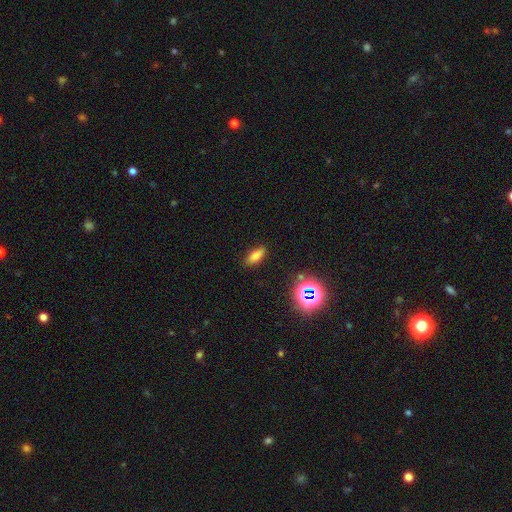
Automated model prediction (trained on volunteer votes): A smooth galaxy with no disk features (76%) that is in between round and cigar-shaped (73%). Merging: none (86%).